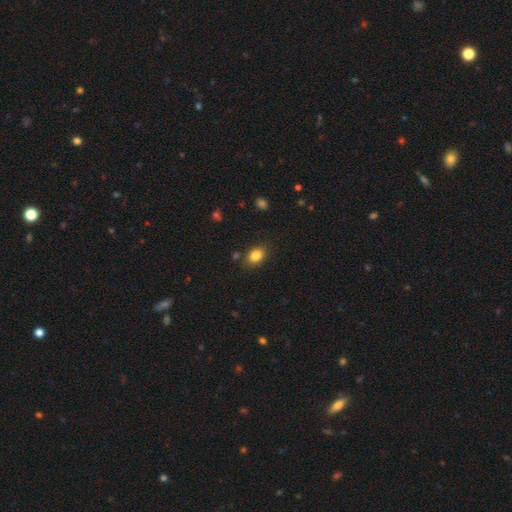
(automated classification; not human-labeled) Morphology: type=smooth (84%); roundness=in between (71%); merging=none (83%).